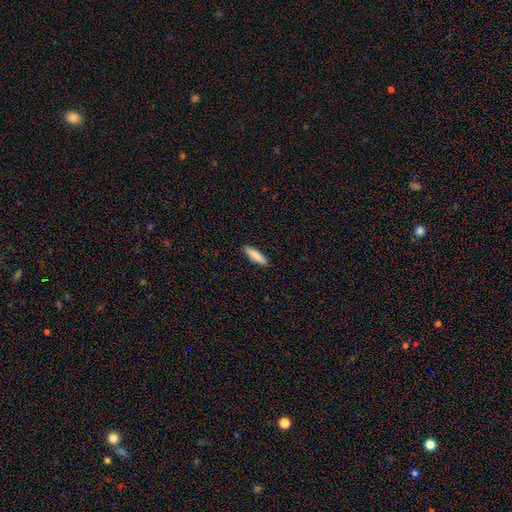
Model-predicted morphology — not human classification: type=smooth (84%); roundness=cigar-shaped (72%); merging=none (90%).